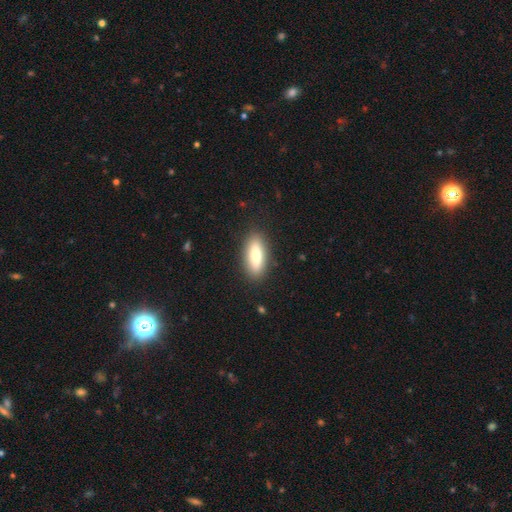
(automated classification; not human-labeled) Smooth or featured? Predicted: smooth (p=0.78). How rounded? Predicted: in between (p=0.71). Merging? Predicted: none (p=0.88).